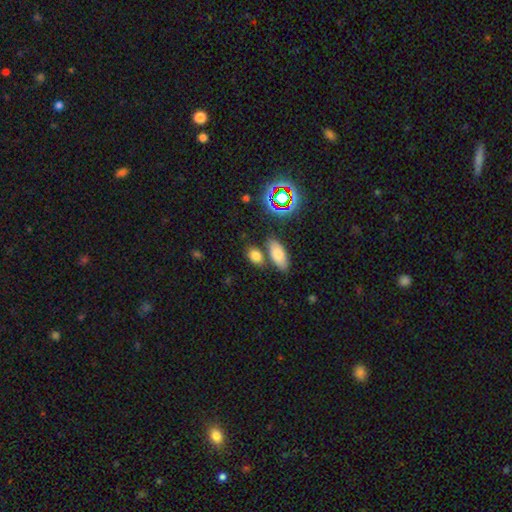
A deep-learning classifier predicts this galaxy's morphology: This is likely a smooth galaxy (75%). How rounded: likely in between (78%). Merging: likely none (66%).